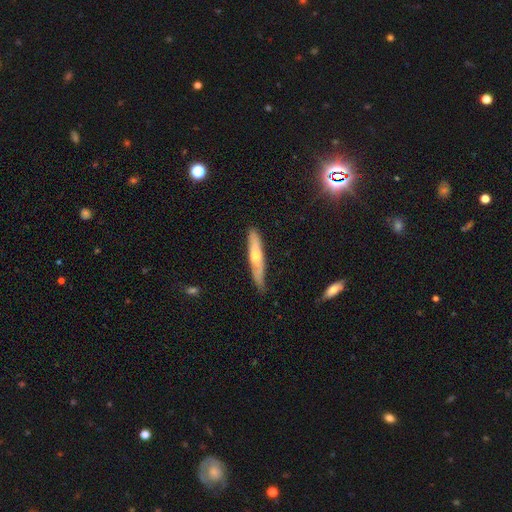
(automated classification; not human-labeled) This is possibly a featured or disk galaxy (50%). Merging: likely none (76%).